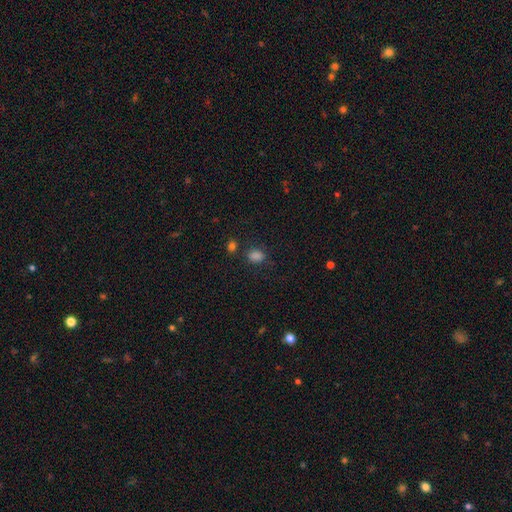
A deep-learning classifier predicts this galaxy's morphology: A smooth galaxy with no disk features (78%) that is in between round and cigar-shaped (57%).

Vote fractions:
- Smooth or featured? smooth: 78% / star or artifact: 17% / featured or disk: 4%
- How rounded? in between: 57% / round: 41% / cigar-shaped: 1%
- Merging? none: 74% / minor disturbance: 14% / merger: 7% / major disturbance: 5%